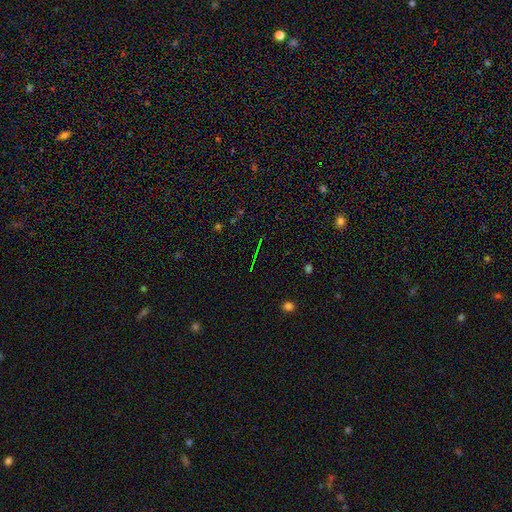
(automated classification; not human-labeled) A star or artifact, not a galaxy (72%).

Vote fractions:
- Smooth or featured? star or artifact: 72% / smooth: 15% / featured or disk: 14%